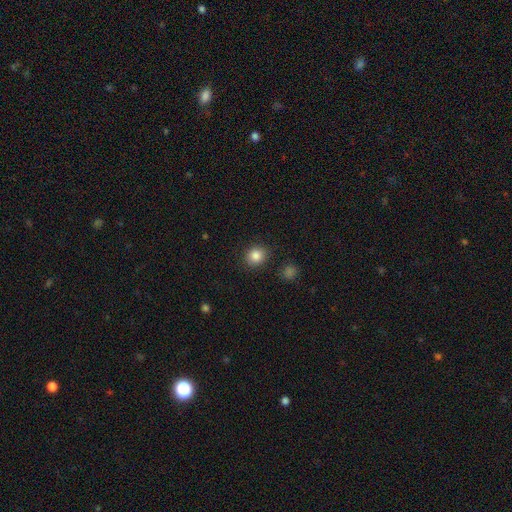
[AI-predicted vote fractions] smooth-or-featured: smooth: 85% | star or artifact: 10% | featured or disk: 5%
  how-rounded: round: 81% | in between: 19% | cigar-shaped: 1%
  merging: none: 88% | minor disturbance: 7% | major disturbance: 3% | merger: 2%